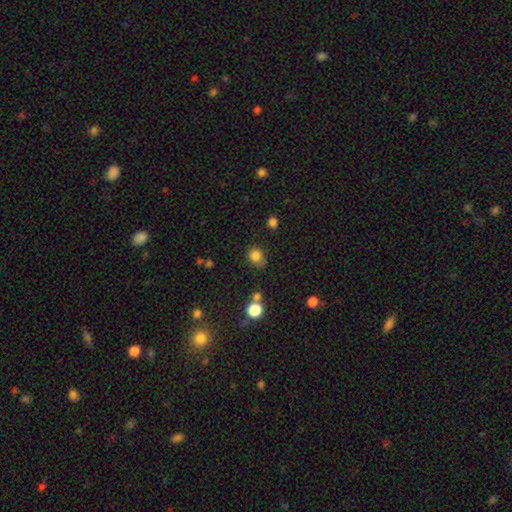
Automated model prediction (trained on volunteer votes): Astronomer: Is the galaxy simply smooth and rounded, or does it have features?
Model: smooth — 82%.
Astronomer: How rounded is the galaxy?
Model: round — 69%.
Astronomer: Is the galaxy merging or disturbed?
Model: none — 65%.